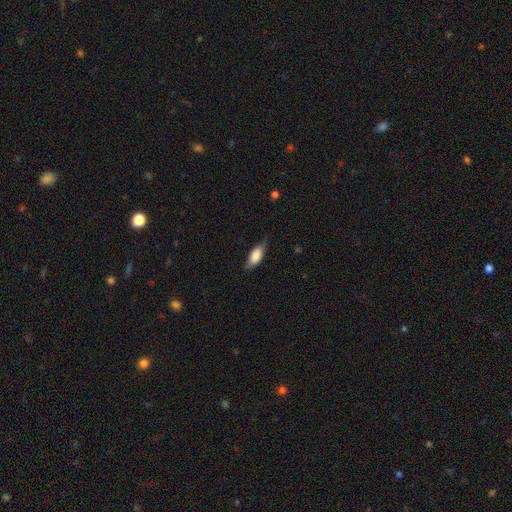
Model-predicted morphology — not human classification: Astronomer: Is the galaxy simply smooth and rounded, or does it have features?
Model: smooth — 73%.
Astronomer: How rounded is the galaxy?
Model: in between — 76%.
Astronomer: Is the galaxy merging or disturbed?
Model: none — 72%.